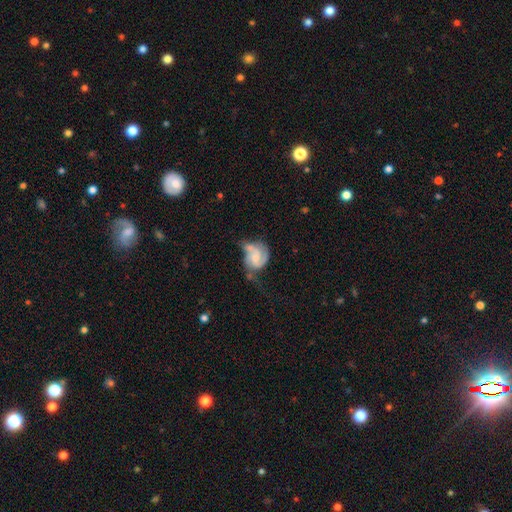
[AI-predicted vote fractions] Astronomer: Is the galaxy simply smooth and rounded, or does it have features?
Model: featured or disk — 72%.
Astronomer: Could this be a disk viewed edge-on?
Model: no — 98%.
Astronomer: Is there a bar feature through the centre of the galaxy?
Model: no — 58% (runner-up: weak, 35%).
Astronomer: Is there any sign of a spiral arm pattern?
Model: yes — 90%.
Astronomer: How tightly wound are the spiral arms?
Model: medium — 47% (runner-up: tight, 30%).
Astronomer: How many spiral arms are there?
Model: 2 — 60%.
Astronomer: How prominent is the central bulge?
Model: small — 44% (runner-up: moderate, 31%).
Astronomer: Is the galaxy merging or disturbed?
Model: none — 32% (runner-up: major disturbance, 28%).